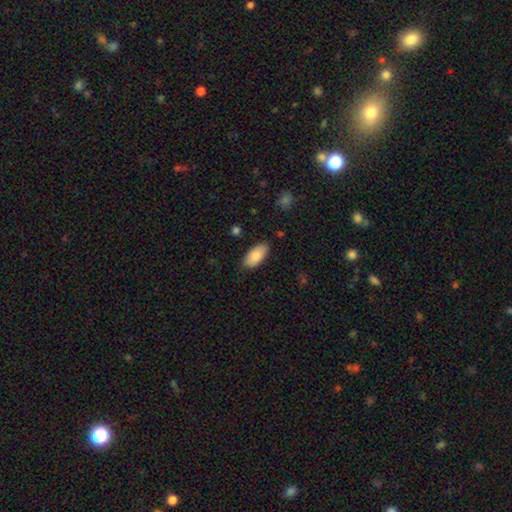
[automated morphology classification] The model was most divided on "merging": none: 85%, minor disturbance: 12%, major disturbance: 2%, merger: 1%. More confident: how rounded — in between (94%); smooth or featured — smooth (84%).